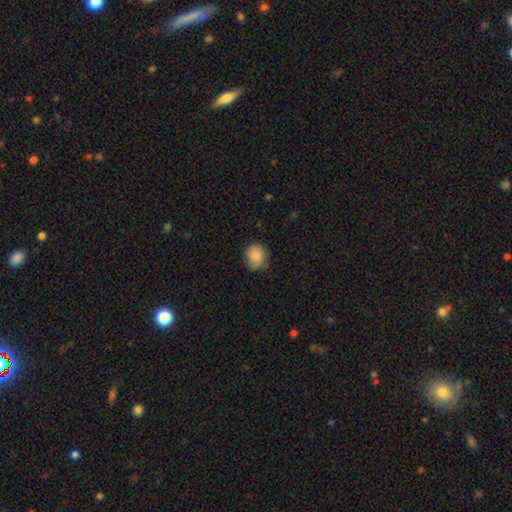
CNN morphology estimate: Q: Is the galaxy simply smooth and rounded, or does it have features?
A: smooth — 85%.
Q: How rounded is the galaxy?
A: round — 77%.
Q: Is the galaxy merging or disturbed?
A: none — 69%.